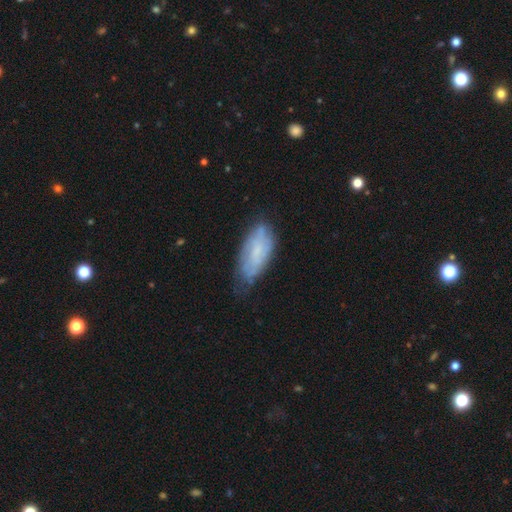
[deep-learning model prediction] smooth 53%, featured or disk 37%, star or artifact 10%. Down the decision tree: how rounded — in between (84%); merging — none (65%).